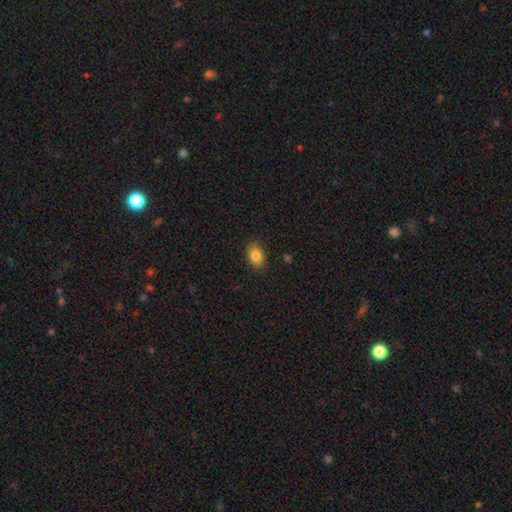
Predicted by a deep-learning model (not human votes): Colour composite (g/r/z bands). It shows a smooth galaxy with no disk features (84%) that is in between round and cigar-shaped (81%). Merging: none (87%).